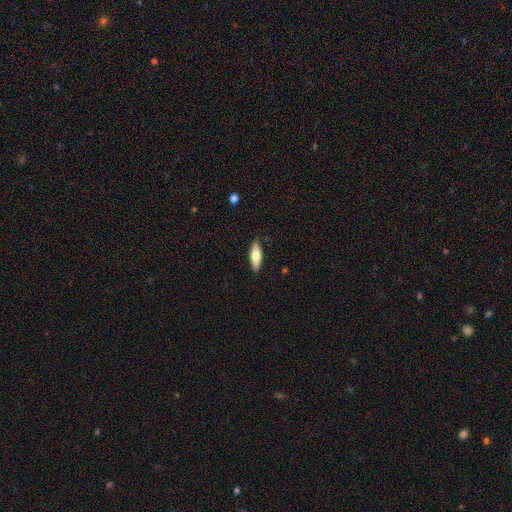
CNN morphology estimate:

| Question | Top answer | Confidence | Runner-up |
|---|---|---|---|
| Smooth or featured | smooth | 69% | featured or disk (25%) |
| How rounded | in between | 49% | tied: cigar-shaped (49%) |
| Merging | none | 88% | minor disturbance (9%) |